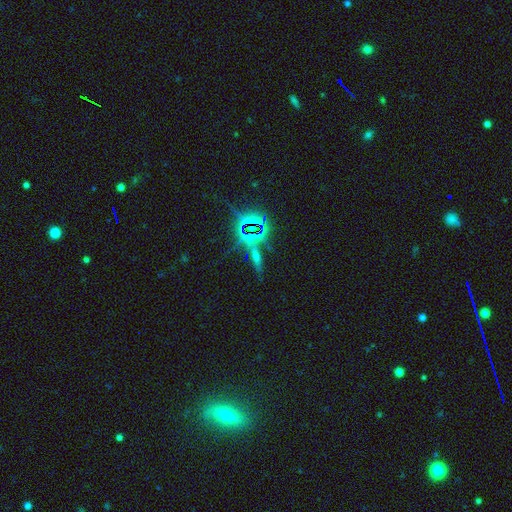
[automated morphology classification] star or artifact 62%, smooth 22%, featured or disk 17%.